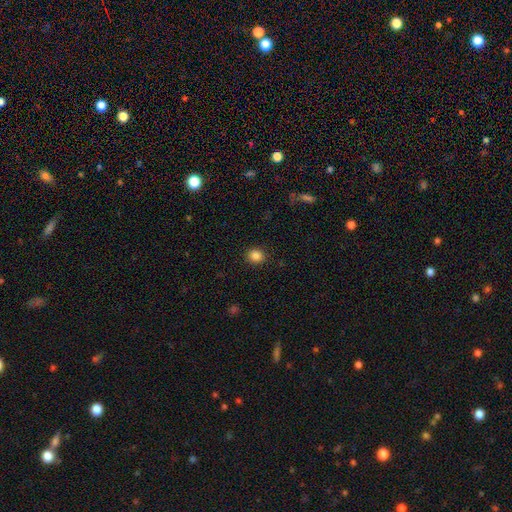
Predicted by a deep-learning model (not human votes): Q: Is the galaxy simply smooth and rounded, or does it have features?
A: smooth — 86%.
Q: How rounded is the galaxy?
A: round — 76%.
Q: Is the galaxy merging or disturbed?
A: none — 90%.